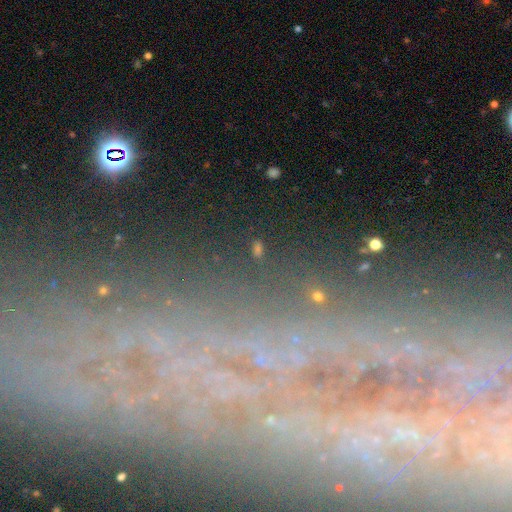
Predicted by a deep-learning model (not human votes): Smooth or featured? featured or disk (45%)
Merging? none (77%)